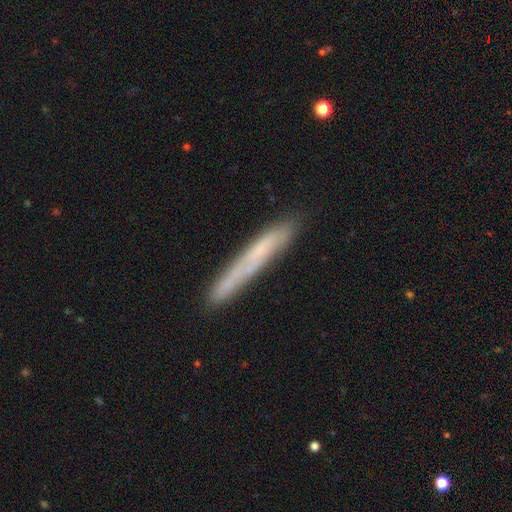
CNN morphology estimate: A smooth galaxy with no disk features (53%) that is cigar-shaped (96%).

Vote fractions:
- Smooth or featured? smooth: 53% / featured or disk: 39% / star or artifact: 8%
- How rounded? cigar-shaped: 96% / in between: 3% / round: 1%
- Merging? none: 81% / minor disturbance: 14% / major disturbance: 3% / merger: 2%